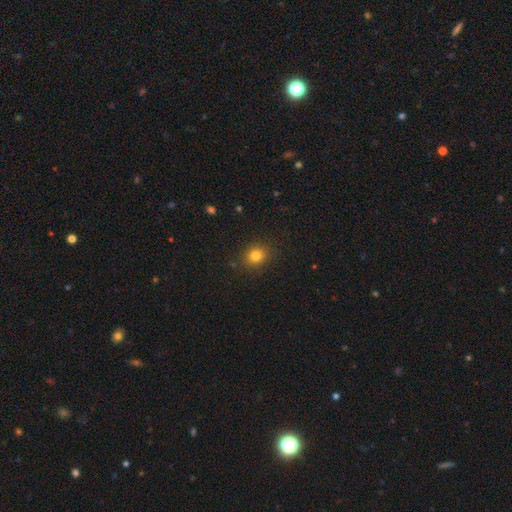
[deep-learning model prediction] Smooth or featured?
  - smooth: 82% *
  - star or artifact: 13%
  - featured or disk: 6%
How rounded?
  - round: 71% *
  - in between: 28%
  - cigar-shaped: 1%
Merging?
  - none: 88% *
  - minor disturbance: 8%
  - major disturbance: 3%
  - merger: 1%